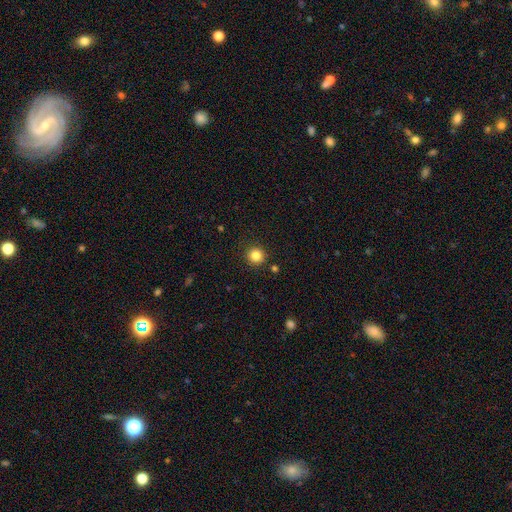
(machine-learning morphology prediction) Q: Smooth or featured?
A: smooth (83%); runner-up: star or artifact (12%)
Q: How rounded?
A: round (95%); runner-up: in between (4%)
Q: Merging?
A: none (91%); runner-up: minor disturbance (5%)